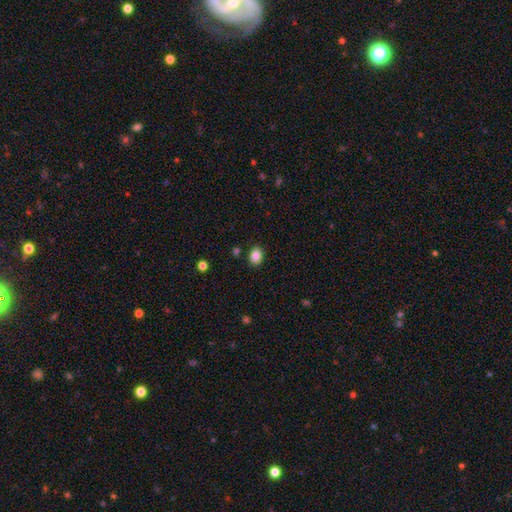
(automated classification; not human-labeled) A smooth galaxy with no disk features (86%) that is in between round and cigar-shaped (65%).

Vote fractions:
- Smooth or featured? smooth: 86% / star or artifact: 9% / featured or disk: 5%
- How rounded? in between: 65% / round: 34% / cigar-shaped: 1%
- Merging? none: 87% / minor disturbance: 9% / major disturbance: 2% / merger: 2%